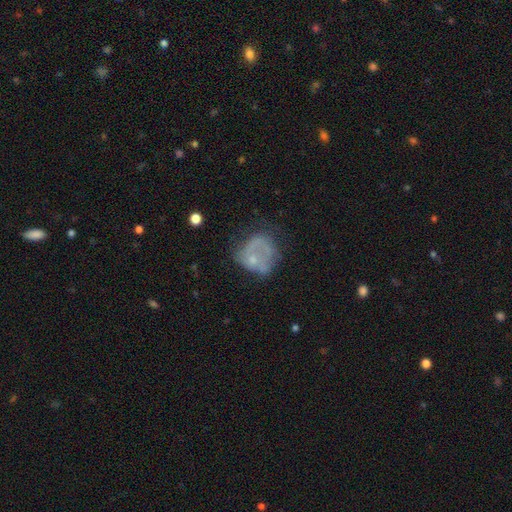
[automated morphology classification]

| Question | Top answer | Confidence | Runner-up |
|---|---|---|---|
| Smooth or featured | smooth | 45% | featured or disk (44%) |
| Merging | none | 34% | tied: major disturbance (34%) |